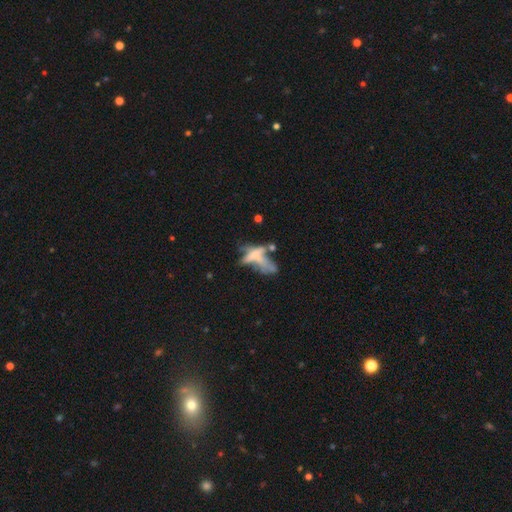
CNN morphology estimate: smooth-or-featured: featured or disk: 47% | smooth: 39% | star or artifact: 14%
  merging: merger: 40% | major disturbance: 27% | none: 21% | minor disturbance: 12%